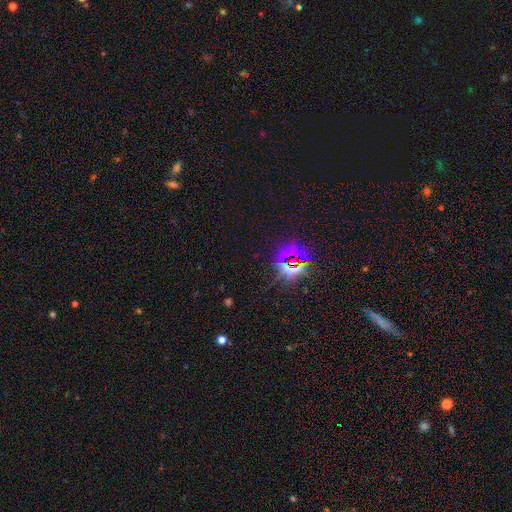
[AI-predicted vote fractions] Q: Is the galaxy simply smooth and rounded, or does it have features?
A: star or artifact — 77%.